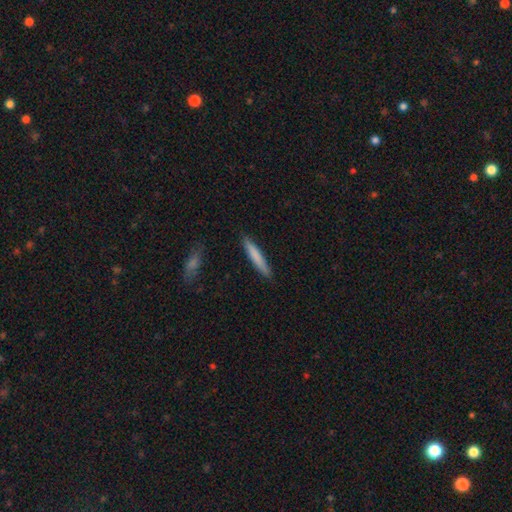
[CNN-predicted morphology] Smooth or featured: smooth — 78% (featured or disk — 17%)
How rounded: cigar-shaped — 94% (in between — 5%)
Merging: none — 90% (minor disturbance — 7%)